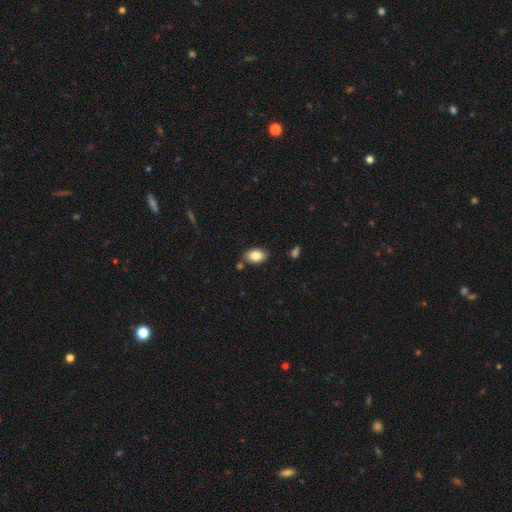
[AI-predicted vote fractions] A smooth galaxy with no disk features (84%) that is in between round and cigar-shaped (87%). Merging: none (80%).